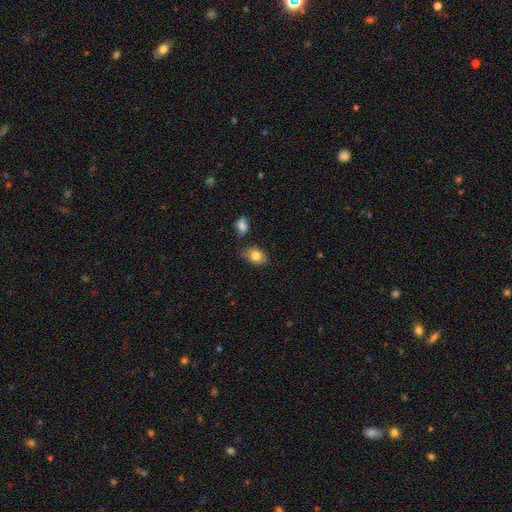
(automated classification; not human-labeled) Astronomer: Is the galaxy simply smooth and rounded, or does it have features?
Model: smooth — 79%.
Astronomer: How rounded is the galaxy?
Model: in between — 78%.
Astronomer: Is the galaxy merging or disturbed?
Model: none — 63%.